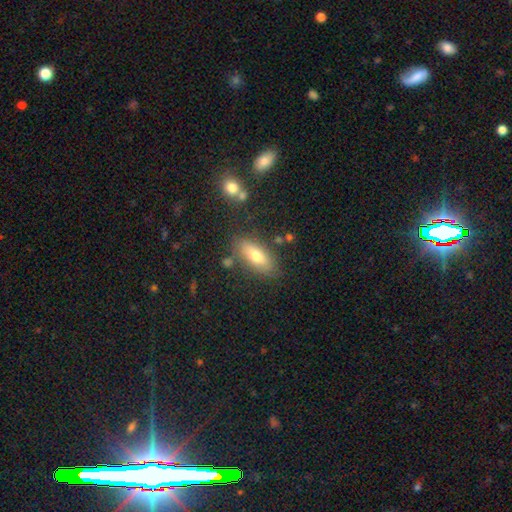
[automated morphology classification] A smooth galaxy with no disk features (70%) that is in between round and cigar-shaped (78%).

Vote fractions:
- Smooth or featured? smooth: 70% / featured or disk: 22% / star or artifact: 8%
- How rounded? in between: 78% / cigar-shaped: 18% / round: 4%
- Merging? none: 77% / minor disturbance: 14% / merger: 5% / major disturbance: 4%